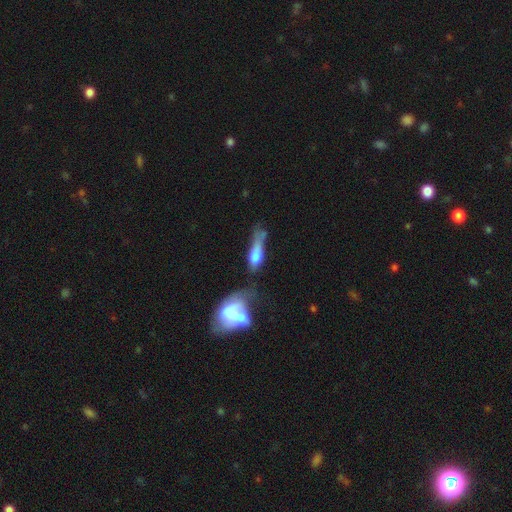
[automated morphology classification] Smooth or featured?
  - smooth: 58% *
  - featured or disk: 34%
  - star or artifact: 8%
How rounded?
  - cigar-shaped: 49% *
  - in between: 46%
  - round: 4%
Merging?
  - major disturbance: 28% *
  - merger: 25%
  - minor disturbance: 24%
  - none: 22%